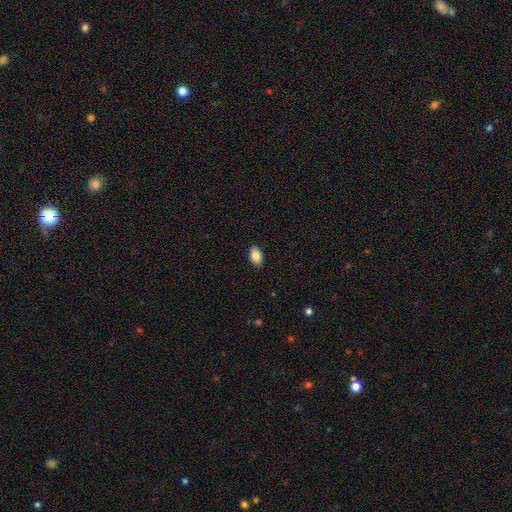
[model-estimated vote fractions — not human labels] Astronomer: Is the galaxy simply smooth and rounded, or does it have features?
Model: smooth — 87%.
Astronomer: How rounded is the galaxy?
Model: in between — 91%.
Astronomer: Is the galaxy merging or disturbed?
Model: none — 89%.